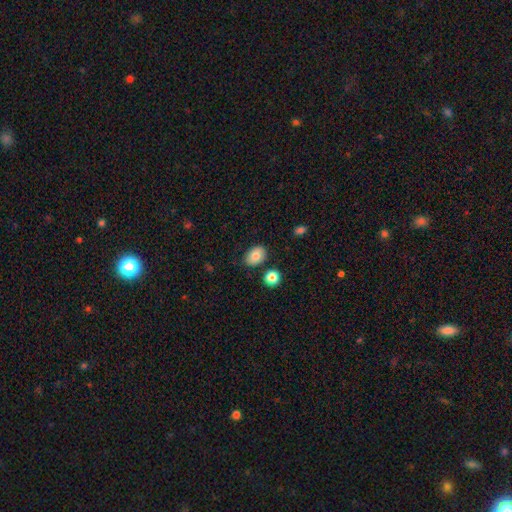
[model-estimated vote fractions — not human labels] Smooth or featured? Predicted: smooth (p=0.80). How rounded? Predicted: in between (p=0.80). Merging? Predicted: none (p=0.81).